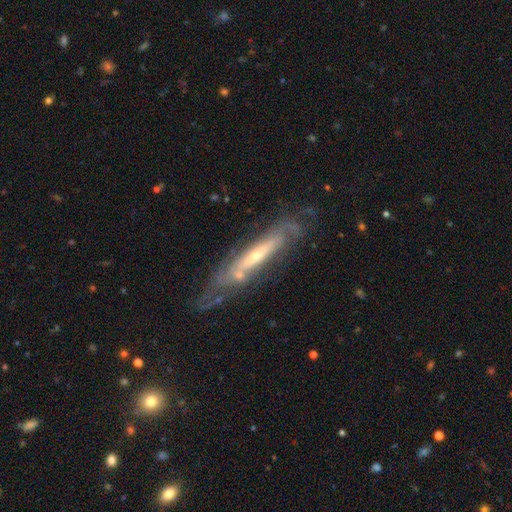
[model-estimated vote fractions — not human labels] Smooth or featured? Predicted: featured or disk (p=0.75). Edge-on disk? Predicted: no (p=0.52). Merging? Predicted: none (p=0.59).